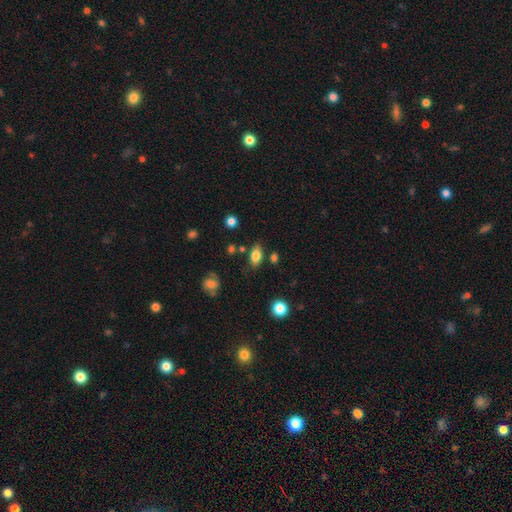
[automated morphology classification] A smooth galaxy with no disk features (79%) that is in between round and cigar-shaped (88%). Merging: none (78%).